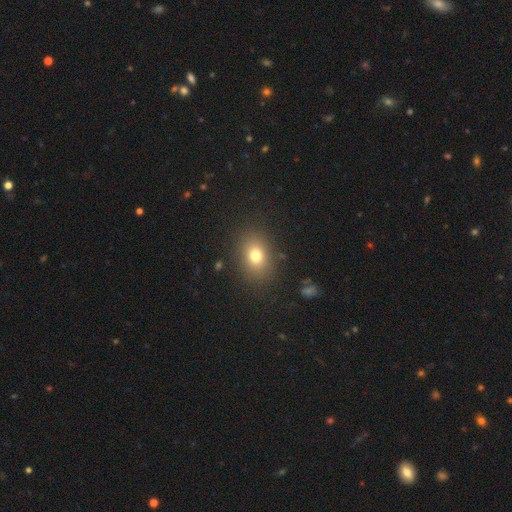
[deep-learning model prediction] A smooth galaxy with no disk features (76%) that is in between round and cigar-shaped (60%).

Vote fractions:
- Smooth or featured? smooth: 76% / star or artifact: 13% / featured or disk: 11%
- How rounded? in between: 60% / round: 39% / cigar-shaped: 1%
- Merging? none: 85% / minor disturbance: 9% / major disturbance: 4% / merger: 1%